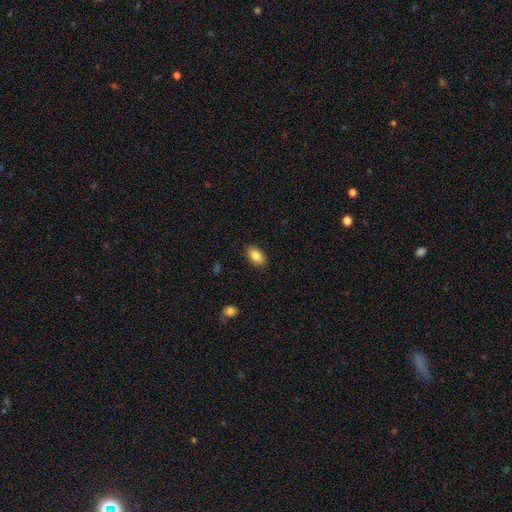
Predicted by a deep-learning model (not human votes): Smooth or featured: smooth — 86% (star or artifact — 8%)
How rounded: in between — 90% (round — 8%)
Merging: none — 87% (minor disturbance — 10%)